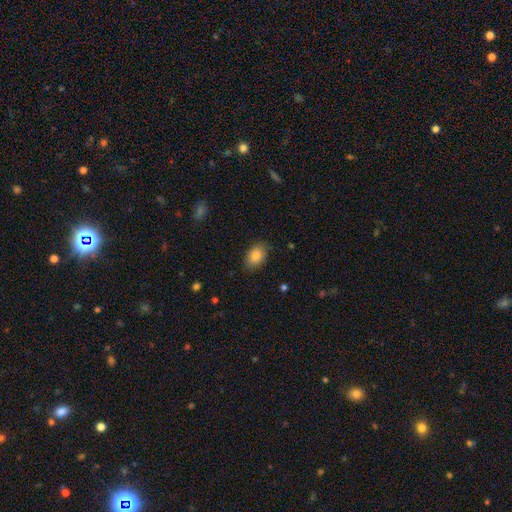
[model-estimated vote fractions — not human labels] smooth_or_featured: smooth (p=0.86) [alt: star or artifact p=0.08]
how_rounded: in between (p=0.83) [alt: round p=0.16]
merging: none (p=0.84) [alt: minor disturbance p=0.12]